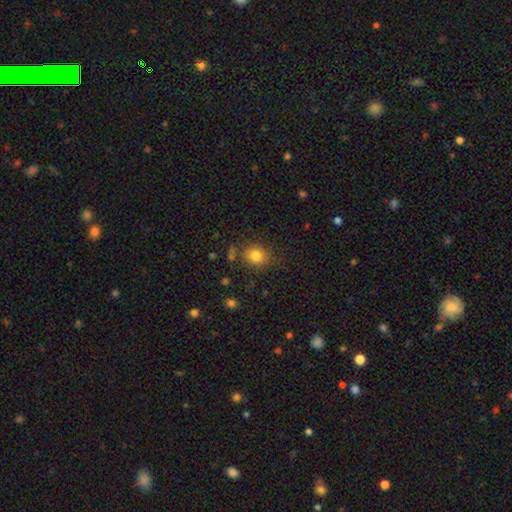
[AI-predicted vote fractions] A smooth galaxy with no disk features (81%) that is round (73%). Merging: none (79%).